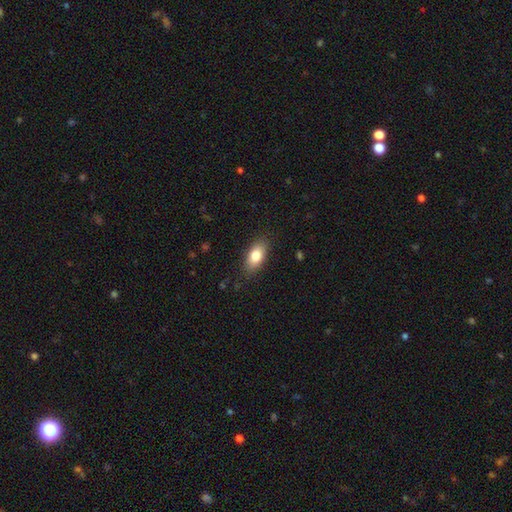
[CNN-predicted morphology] This is clearly a smooth galaxy (81%). How rounded: clearly in between (88%). Merging: clearly none (85%).